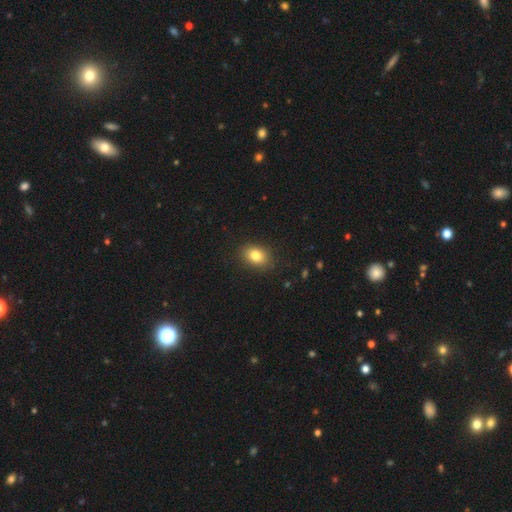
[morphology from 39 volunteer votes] Smooth or featured? 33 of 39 (85%) said smooth. How rounded? 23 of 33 (70%) said in between. Merging? 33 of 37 (89%) said none.